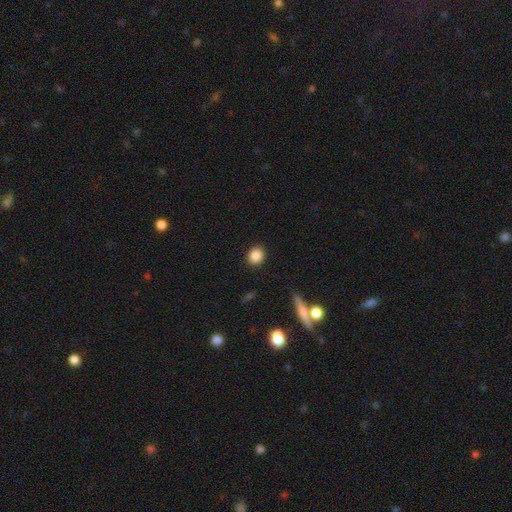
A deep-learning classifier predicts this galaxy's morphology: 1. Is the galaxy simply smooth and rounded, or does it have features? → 87% smooth, 9% star or artifact, 4% featured or disk.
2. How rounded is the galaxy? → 73% round, 25% in between, 2% cigar-shaped.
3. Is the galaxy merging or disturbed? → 90% none, 7% minor disturbance, 2% major disturbance, 1% merger.